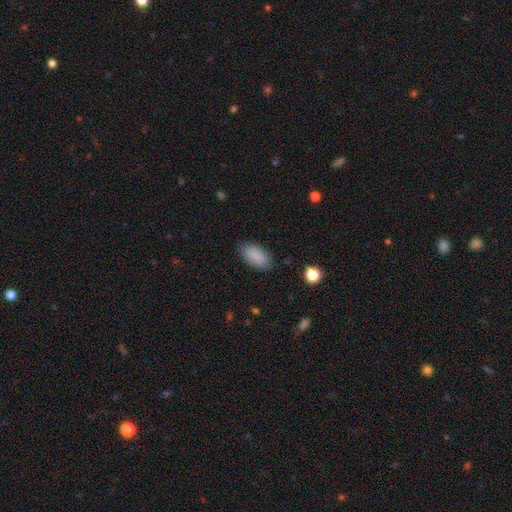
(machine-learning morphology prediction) smooth-or-featured: smooth: 88% | star or artifact: 8% | featured or disk: 4%
  how-rounded: in between: 93% | round: 4% | cigar-shaped: 3%
  merging: none: 83% | minor disturbance: 13% | major disturbance: 3% | merger: 1%